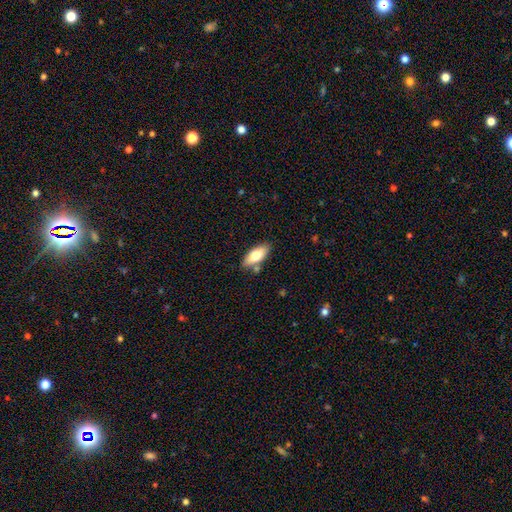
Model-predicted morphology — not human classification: Q: Smooth or featured?
A: smooth (72%); runner-up: featured or disk (22%)
Q: How rounded?
A: in between (81%); runner-up: cigar-shaped (16%)
Q: Merging?
A: none (77%); runner-up: minor disturbance (13%)